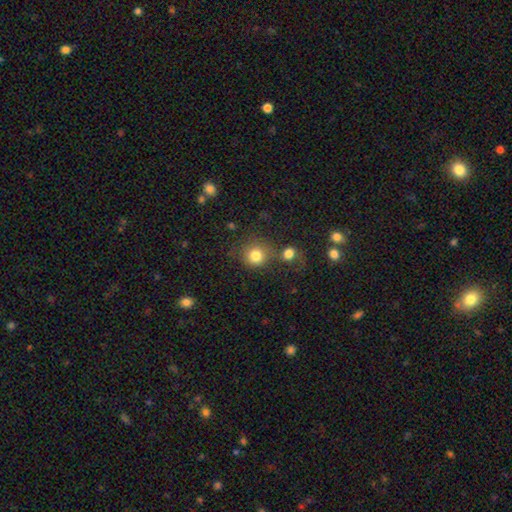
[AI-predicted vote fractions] Overall: smooth (81%). How rounded: round (90%). Merging: none (64%).